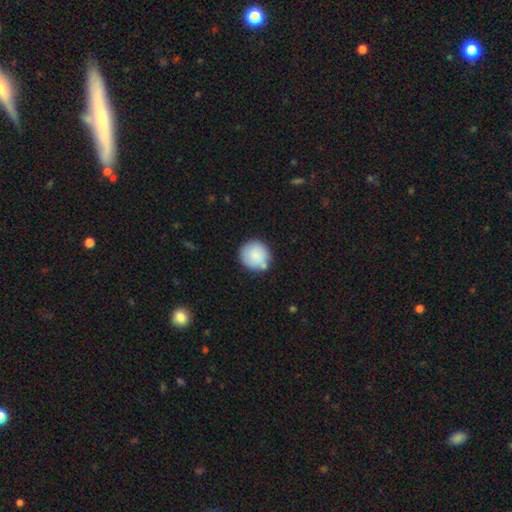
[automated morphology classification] This is clearly a smooth galaxy (86%). How rounded: clearly round (92%). Merging: likely none (78%).